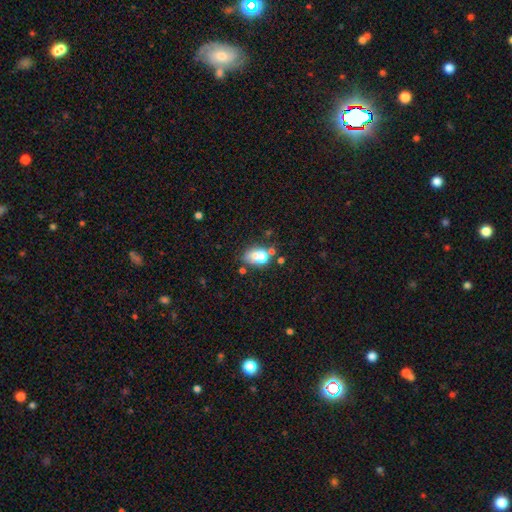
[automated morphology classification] Overall: smooth (64%). How rounded: in between (70%). Merging: none (34%, tied with merger).